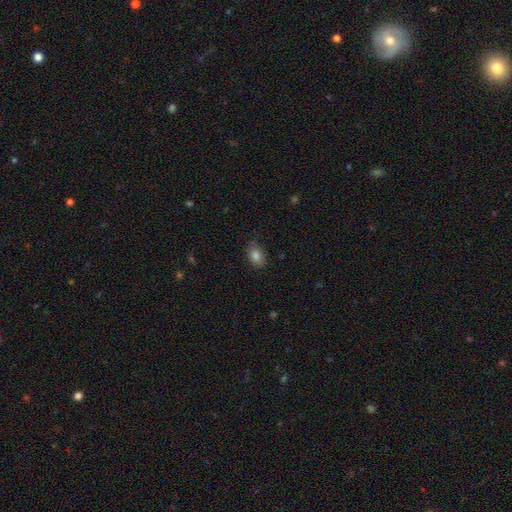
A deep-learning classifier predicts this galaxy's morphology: Smooth or featured? Predicted: smooth (p=0.84). How rounded? Predicted: in between (p=0.80). Merging? Predicted: none (p=0.77).